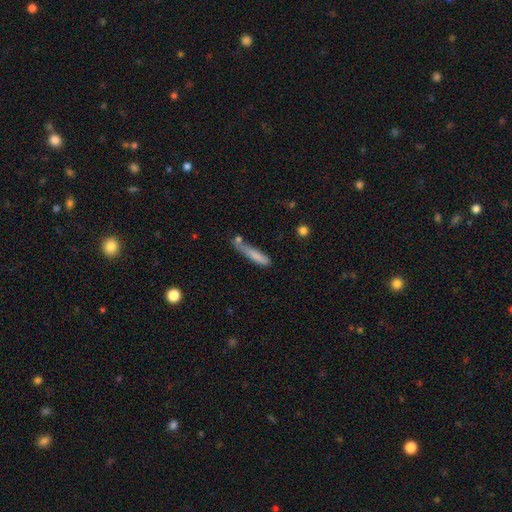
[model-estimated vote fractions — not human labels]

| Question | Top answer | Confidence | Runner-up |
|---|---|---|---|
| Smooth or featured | smooth | 75% | featured or disk (17%) |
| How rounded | cigar-shaped | 85% | in between (13%) |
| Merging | none | 44% | minor disturbance (26%) |